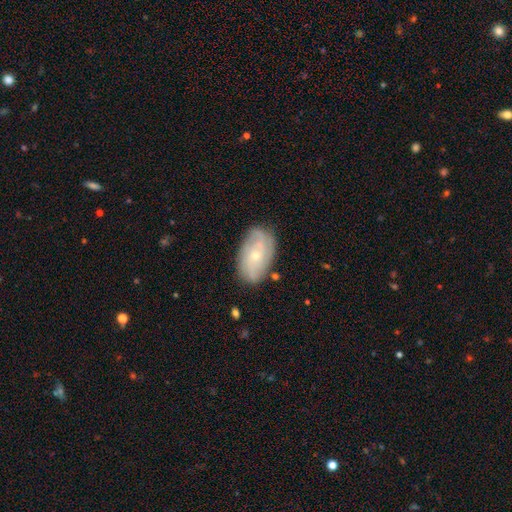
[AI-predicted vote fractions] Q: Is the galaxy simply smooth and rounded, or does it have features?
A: featured or disk — 63%.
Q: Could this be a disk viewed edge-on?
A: no — 94%.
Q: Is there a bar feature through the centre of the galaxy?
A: no — 78%.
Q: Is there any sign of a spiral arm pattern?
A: yes — 78%.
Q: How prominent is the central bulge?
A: small — 64%.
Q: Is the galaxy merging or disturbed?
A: none — 75%.